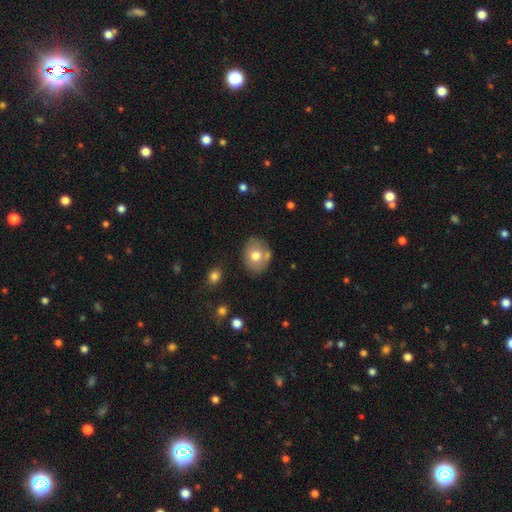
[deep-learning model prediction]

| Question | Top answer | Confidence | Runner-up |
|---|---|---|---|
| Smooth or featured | smooth | 71% | featured or disk (21%) |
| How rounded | round | 52% | in between (47%) |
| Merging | none | 71% | minor disturbance (15%) |